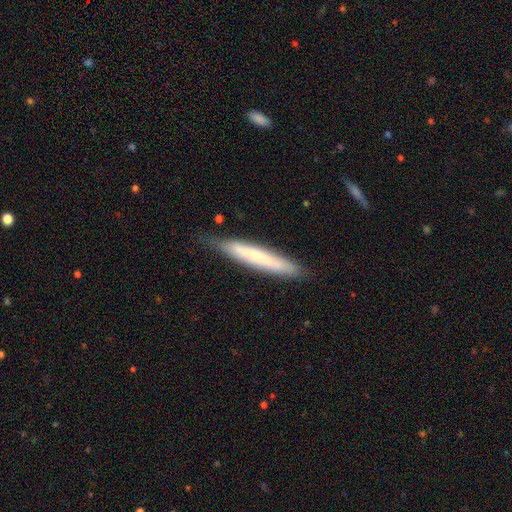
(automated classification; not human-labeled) Smooth or featured?
  - smooth: 56% *
  - featured or disk: 37%
  - star or artifact: 6%
How rounded?
  - cigar-shaped: 93% *
  - in between: 6%
  - round: 1%
Merging?
  - none: 78% *
  - minor disturbance: 17%
  - major disturbance: 3%
  - merger: 1%